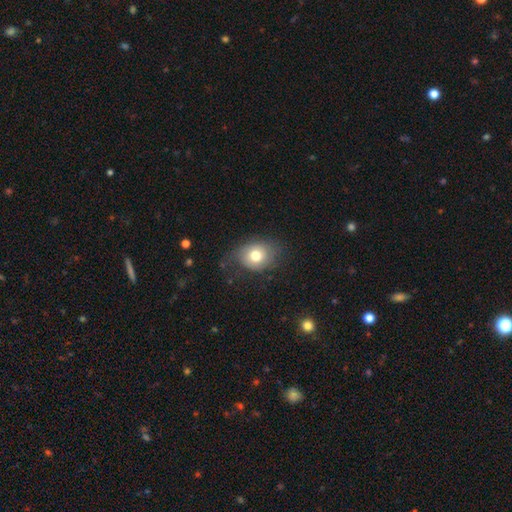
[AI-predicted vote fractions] Morphology: type=smooth (72%); roundness=round (52%); merging=none (59%).